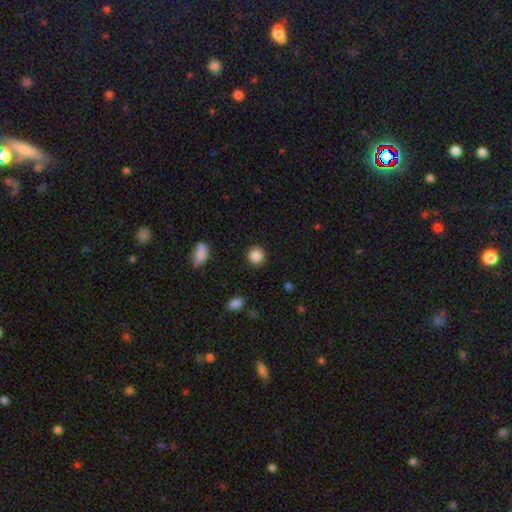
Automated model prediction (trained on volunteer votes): The model was most divided on "how rounded": round: 89%, in between: 10%, cigar-shaped: 1%. More confident: merging — none (90%); smooth or featured — smooth (87%).